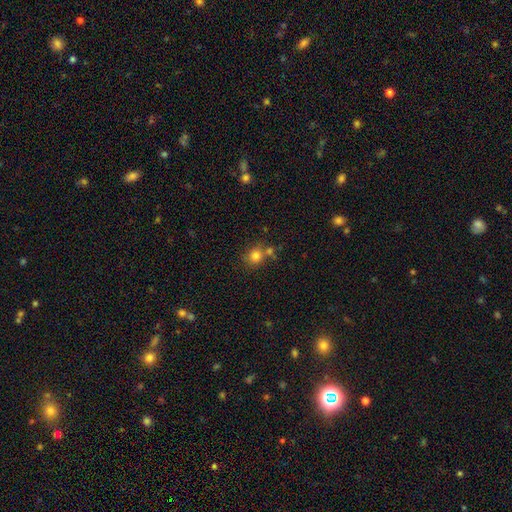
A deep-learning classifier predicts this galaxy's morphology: The model was most divided on "merging": none: 61%, merger: 21%, minor disturbance: 13%, major disturbance: 5%. More confident: smooth or featured — smooth (81%); how rounded — round (78%).